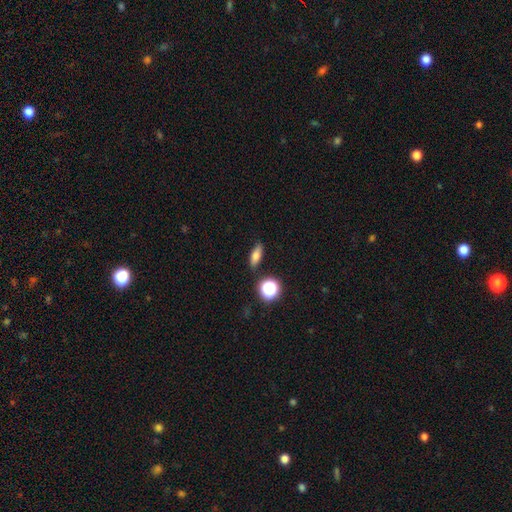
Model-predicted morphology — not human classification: Q: Smooth or featured?
A: smooth (72%); runner-up: featured or disk (16%)
Q: How rounded?
A: in between (59%); runner-up: cigar-shaped (30%)
Q: Merging?
A: none (86%); runner-up: minor disturbance (9%)